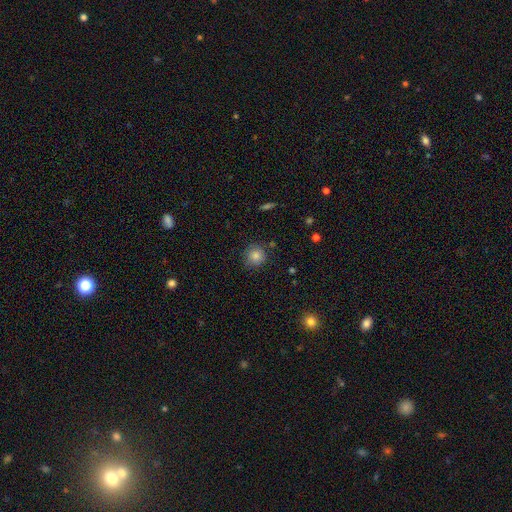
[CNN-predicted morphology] This appears to be a smooth galaxy with no disk features (82%) that is round (92%). Merging: none (85%).